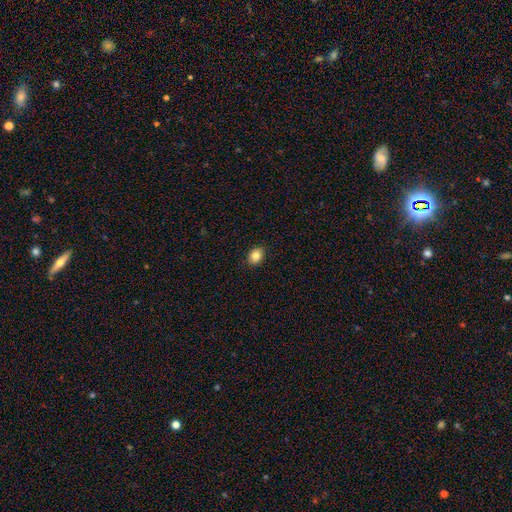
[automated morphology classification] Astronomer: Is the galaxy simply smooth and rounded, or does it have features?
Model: smooth — 84%.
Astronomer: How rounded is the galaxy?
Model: in between — 62%.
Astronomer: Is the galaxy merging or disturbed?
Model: none — 90%.